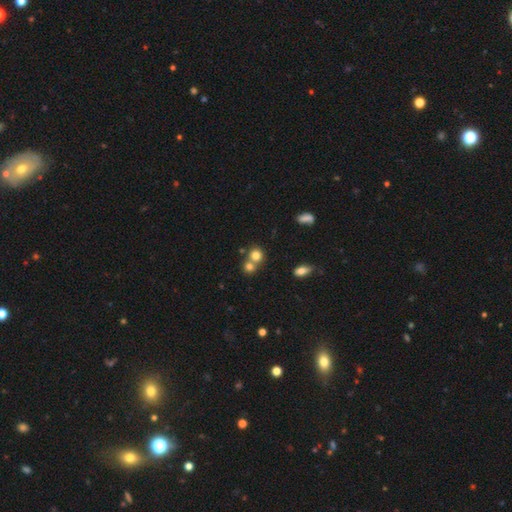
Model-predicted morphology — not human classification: A smooth galaxy with no disk features (76%) that is round (84%).

Vote fractions:
- Smooth or featured? smooth: 76% / star or artifact: 13% / featured or disk: 10%
- How rounded? round: 84% / in between: 15% / cigar-shaped: 1%
- Merging? merger: 47% / none: 45% / minor disturbance: 6% / major disturbance: 3%